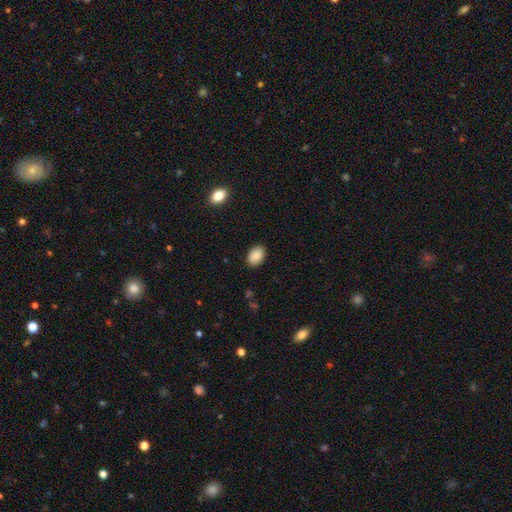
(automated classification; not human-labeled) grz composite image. It shows a smooth galaxy with no disk features (88%) that is in between round and cigar-shaped (85%). Merging: none (88%).